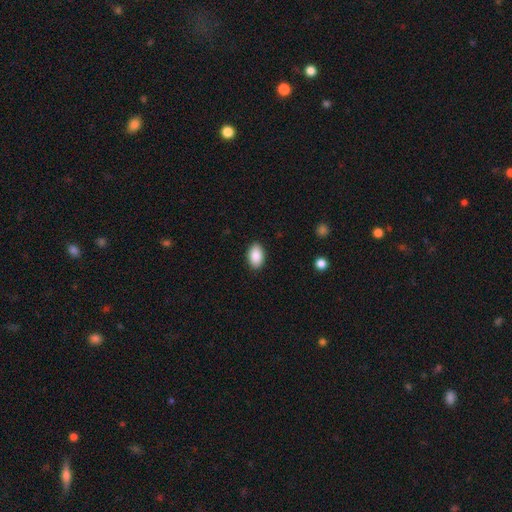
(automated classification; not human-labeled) smooth-or-featured: smooth: 89% | star or artifact: 7% | featured or disk: 4%
  how-rounded: in between: 92% | round: 6% | cigar-shaped: 1%
  merging: none: 89% | minor disturbance: 8% | major disturbance: 2% | merger: 1%